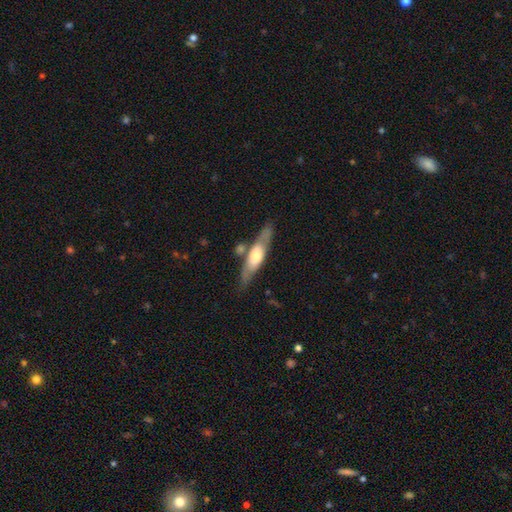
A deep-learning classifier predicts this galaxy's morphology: Q: Smooth or featured?
A: featured or disk (54%); runner-up: smooth (41%)
Q: Edge-on disk?
A: yes (75%); runner-up: no (25%)
Q: Merging?
A: none (70%); runner-up: minor disturbance (15%)